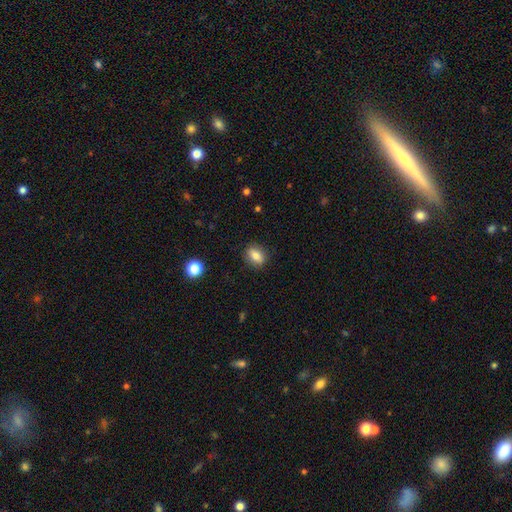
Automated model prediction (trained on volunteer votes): Morphology: type=smooth (82%); roundness=in between (72%); merging=none (86%).